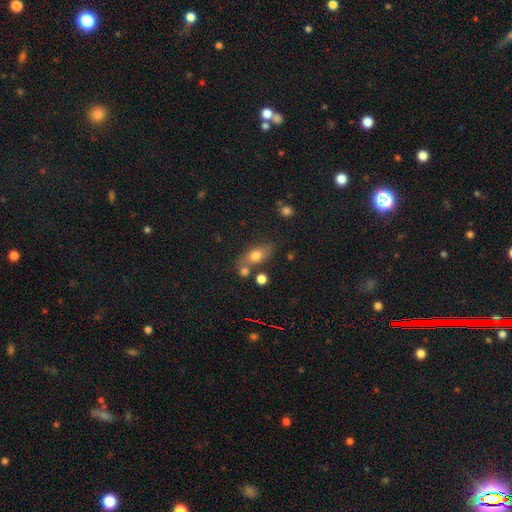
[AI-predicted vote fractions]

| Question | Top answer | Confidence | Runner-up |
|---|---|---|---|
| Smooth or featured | smooth | 71% | featured or disk (20%) |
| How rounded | in between | 77% | round (12%) |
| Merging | none | 63% | merger (16%) |